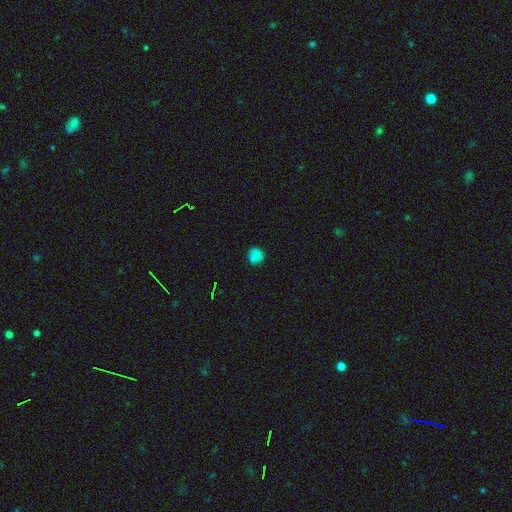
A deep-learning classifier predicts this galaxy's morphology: The model was most divided on "smooth or featured": smooth: 73%, star or artifact: 15%, featured or disk: 11%. More confident: how rounded — round (90%); merging — none (84%).